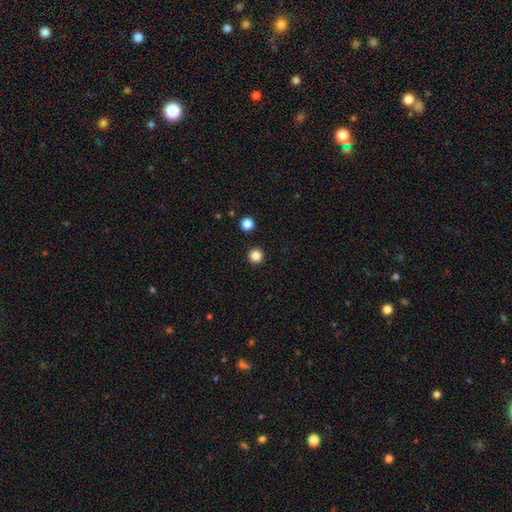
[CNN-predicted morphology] Smooth or featured?
  - smooth: 85% *
  - star or artifact: 12%
  - featured or disk: 3%
How rounded?
  - round: 97% *
  - in between: 2%
  - cigar-shaped: 1%
Merging?
  - none: 94% *
  - minor disturbance: 3%
  - merger: 1%
  - major disturbance: 1%